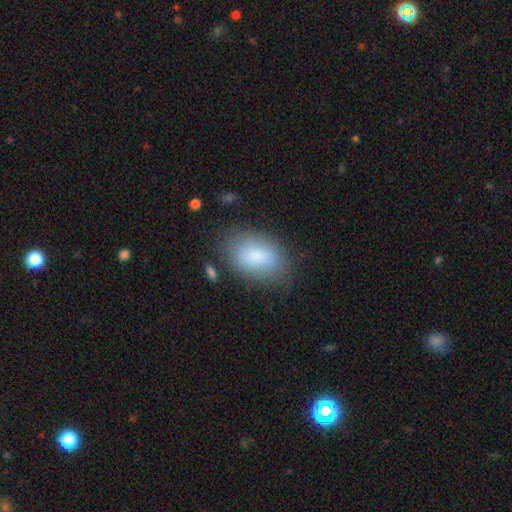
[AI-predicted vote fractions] Smooth or featured: smooth — 83% (featured or disk — 10%)
How rounded: in between — 88% (round — 11%)
Merging: none — 73% (minor disturbance — 19%)